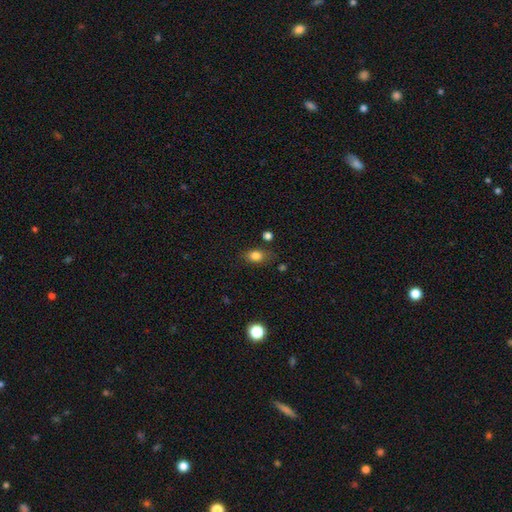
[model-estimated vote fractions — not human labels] Q: Smooth or featured?
A: smooth (82%); runner-up: star or artifact (11%)
Q: How rounded?
A: in between (69%); runner-up: round (29%)
Q: Merging?
A: none (74%); runner-up: minor disturbance (17%)